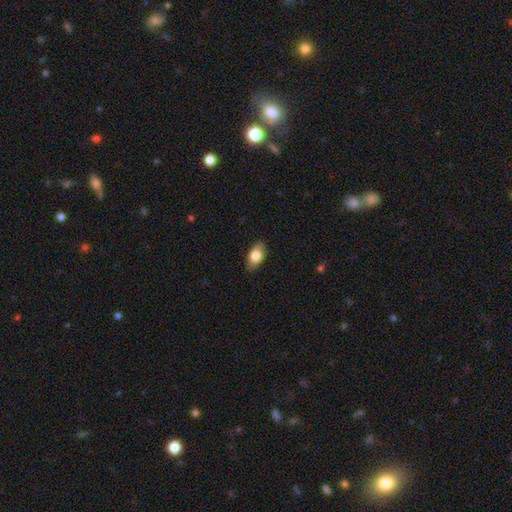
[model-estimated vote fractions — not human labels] This is likely a smooth galaxy (78%). How rounded: clearly in between (91%). Merging: clearly none (86%).